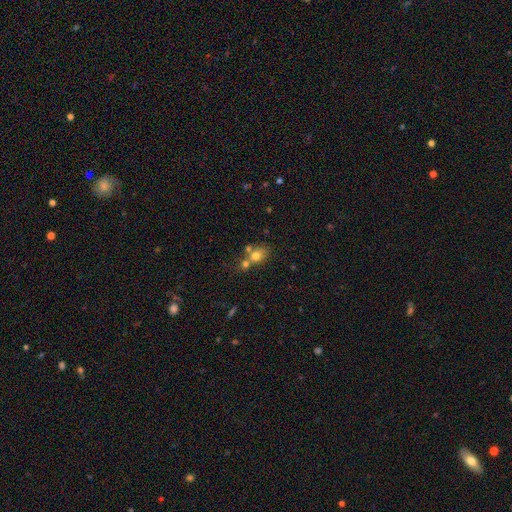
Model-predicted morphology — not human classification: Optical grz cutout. It shows a smooth galaxy with no disk features (70%) that is round (55%). Merging: merger (49%).